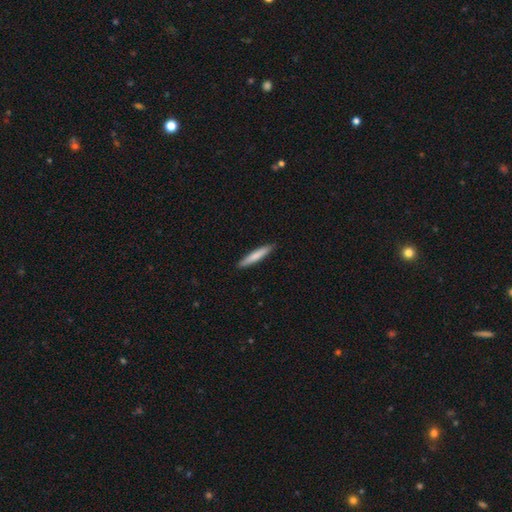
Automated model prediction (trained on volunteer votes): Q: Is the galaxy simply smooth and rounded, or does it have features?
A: smooth — 74%.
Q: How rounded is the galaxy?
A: cigar-shaped — 93%.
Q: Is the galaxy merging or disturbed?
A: none — 91%.